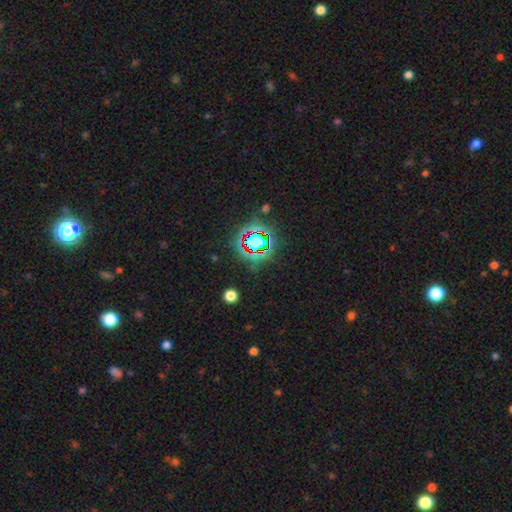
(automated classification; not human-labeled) Morphology: type=star or artifact (80%).